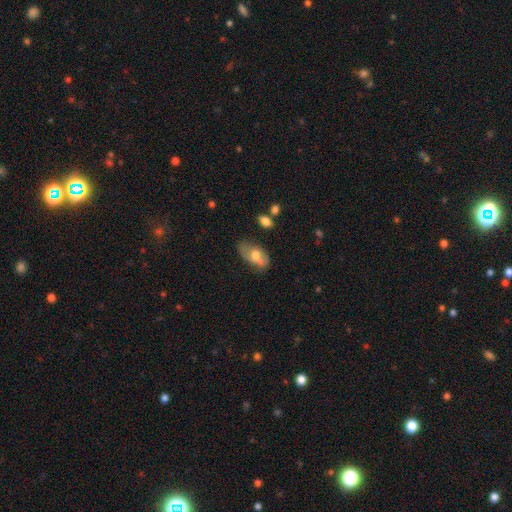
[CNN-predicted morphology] smooth_or_featured: smooth (p=0.55) [alt: featured or disk p=0.38]
how_rounded: in between (p=0.90) [alt: round p=0.06]
merging: none (p=0.50) [alt: minor disturbance p=0.28]